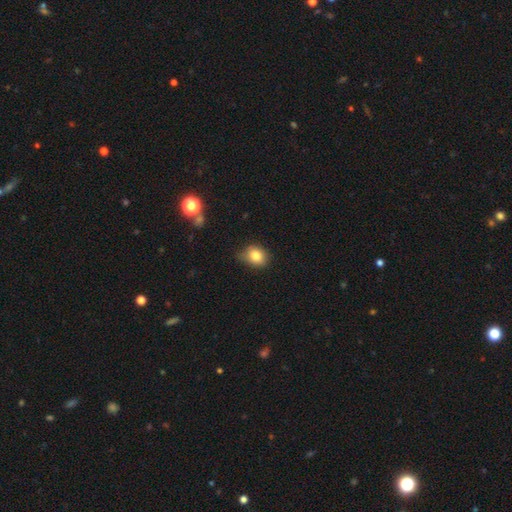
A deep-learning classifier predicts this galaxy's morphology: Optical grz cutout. It shows a smooth galaxy with no disk features (81%) that is round (52%). Merging: none (67%).